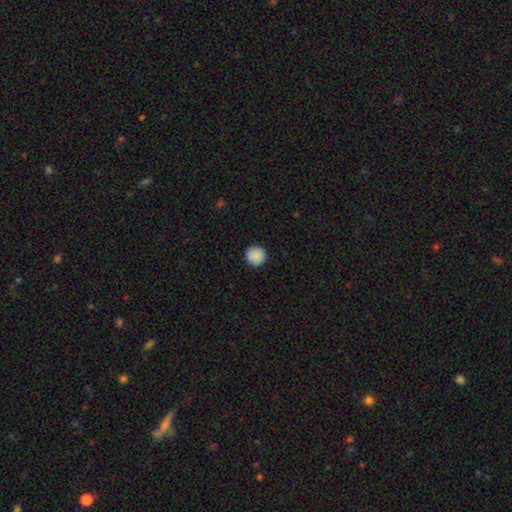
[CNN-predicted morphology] type=smooth (89%); roundness=round (94%); merging=none (90%).